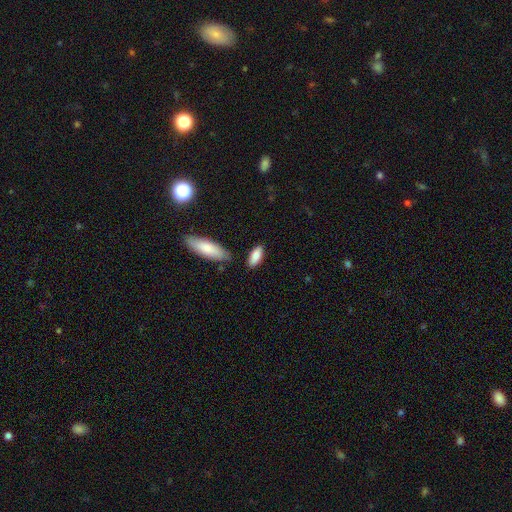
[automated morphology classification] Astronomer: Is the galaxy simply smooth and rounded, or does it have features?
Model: smooth — 85%.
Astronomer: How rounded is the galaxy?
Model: in between — 76%.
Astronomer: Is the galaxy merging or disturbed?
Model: none — 77%.